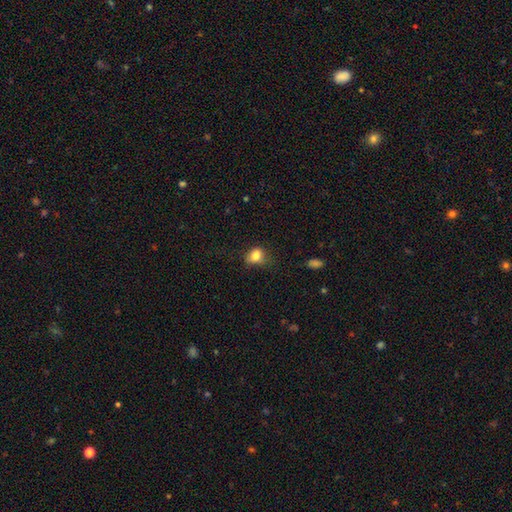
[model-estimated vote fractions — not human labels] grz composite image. It shows a smooth galaxy with no disk features (82%) that is in between round and cigar-shaped (56%). Merging: none (54%).